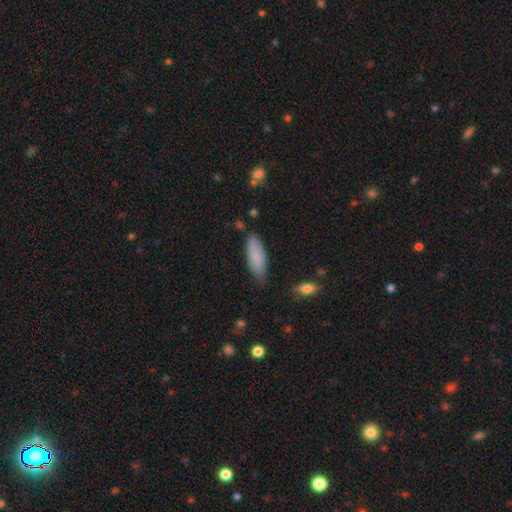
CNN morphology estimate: Q: Smooth or featured?
A: smooth (83%); runner-up: featured or disk (11%)
Q: How rounded?
A: in between (65%); runner-up: cigar-shaped (34%)
Q: Merging?
A: none (74%); runner-up: minor disturbance (20%)